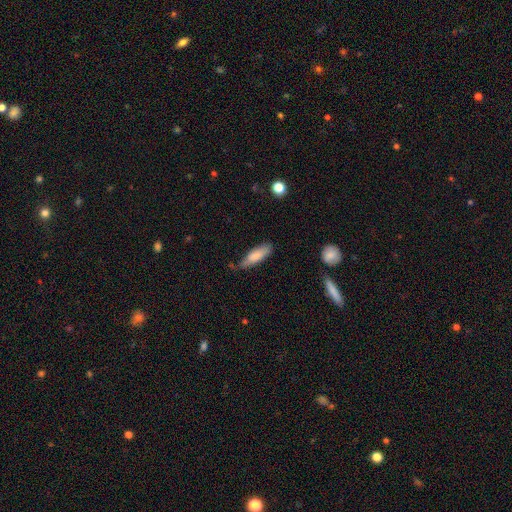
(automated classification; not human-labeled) Smooth or featured?
  - smooth: 80% *
  - featured or disk: 14%
  - star or artifact: 6%
How rounded?
  - in between: 50% *
  - cigar-shaped: 48%
  - round: 2%
Merging?
  - none: 60% *
  - minor disturbance: 31%
  - major disturbance: 6%
  - merger: 3%